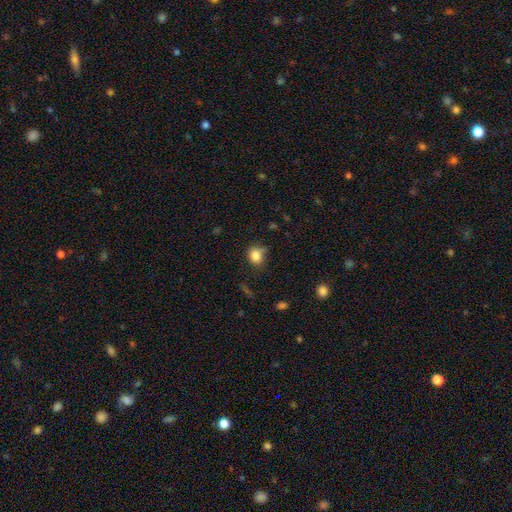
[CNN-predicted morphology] A smooth galaxy with no disk features (83%) that is round (69%).

Vote fractions:
- Smooth or featured? smooth: 83% / star or artifact: 11% / featured or disk: 6%
- How rounded? round: 69% / in between: 30% / cigar-shaped: 1%
- Merging? none: 65% / minor disturbance: 26% / major disturbance: 7% / merger: 3%